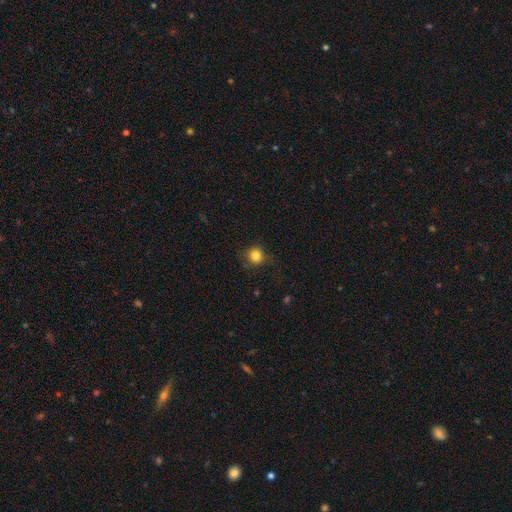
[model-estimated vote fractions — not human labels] Smooth or featured: smooth — 83% (star or artifact — 12%)
How rounded: round — 92% (in between — 7%)
Merging: none — 81% (minor disturbance — 14%)